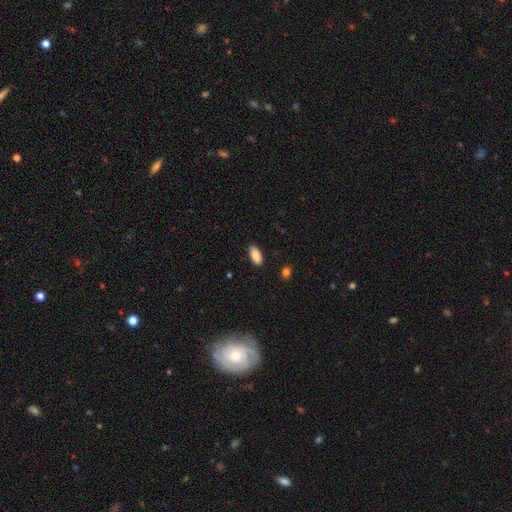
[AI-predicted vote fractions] Morphology: type=smooth (88%); roundness=in between (90%); merging=none (86%).